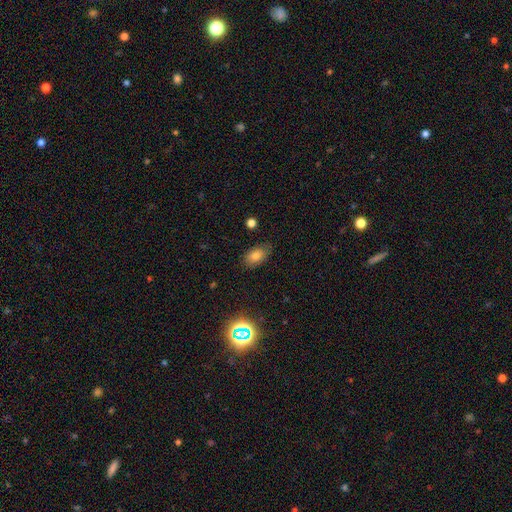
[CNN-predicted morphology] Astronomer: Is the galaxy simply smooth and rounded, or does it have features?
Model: smooth — 77%.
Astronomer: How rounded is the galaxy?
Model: in between — 89%.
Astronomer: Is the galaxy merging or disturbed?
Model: none — 79%.